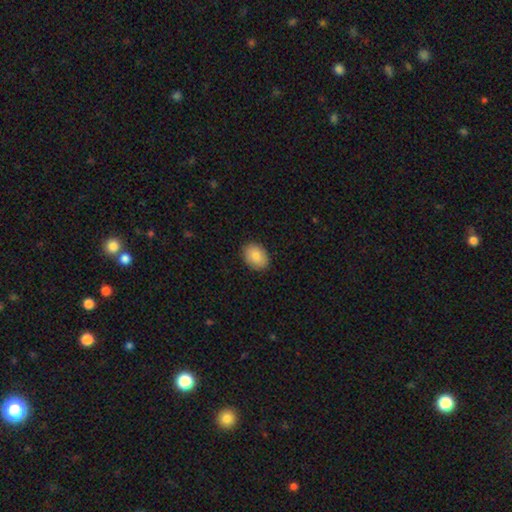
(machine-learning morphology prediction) Smooth or featured: smooth — 85% (featured or disk — 8%)
How rounded: in between — 73% (round — 26%)
Merging: none — 89% (minor disturbance — 8%)